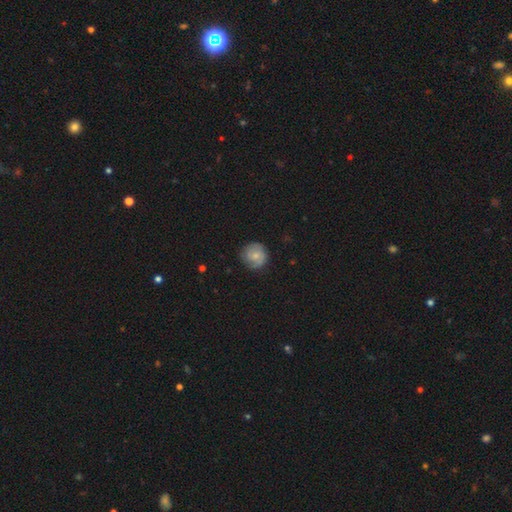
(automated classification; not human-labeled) featured or disk 50%, smooth 42%, star or artifact 7%. Down the decision tree: edge-on disk — no (98%); merging — none (78%).